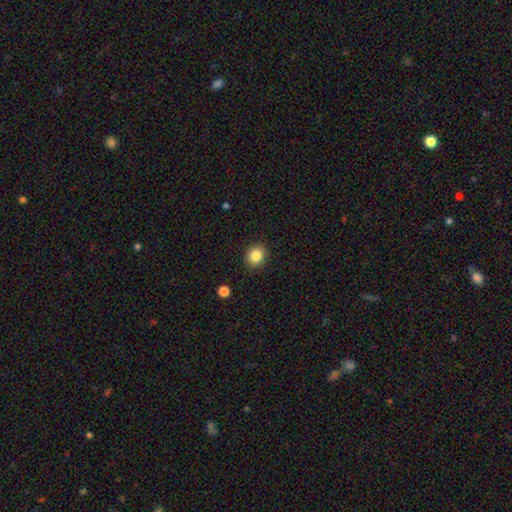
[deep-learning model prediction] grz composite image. It shows a smooth galaxy with no disk features (85%) that is round (72%). Merging: none (90%).